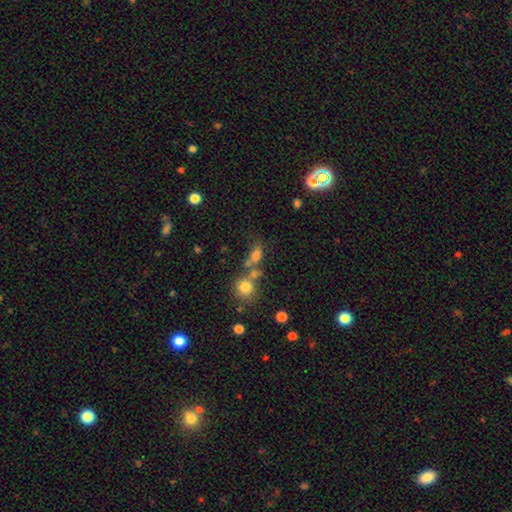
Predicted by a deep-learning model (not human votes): This is likely a smooth galaxy (70%). How rounded: likely in between (68%). Merging: possibly none (46%).